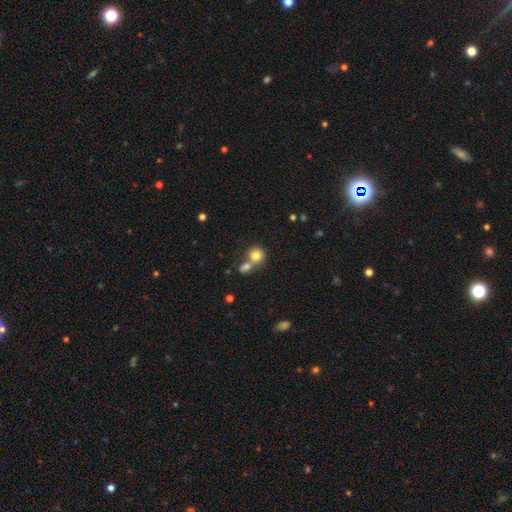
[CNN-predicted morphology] The model was most divided on "merging": merger: 46%, none: 43%, minor disturbance: 8%, major disturbance: 3%. More confident: how rounded — round (84%); smooth or featured — smooth (79%).